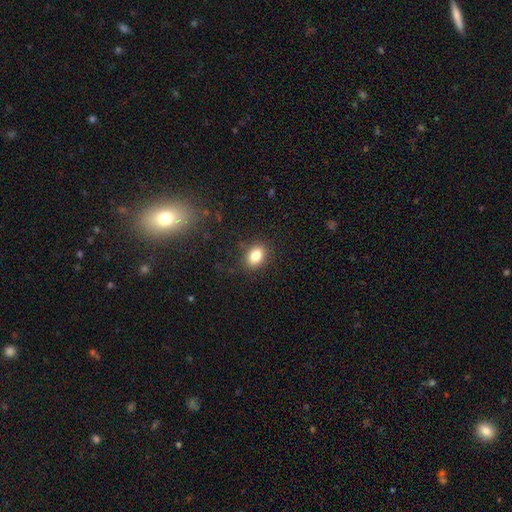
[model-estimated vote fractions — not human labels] A smooth galaxy with no disk features (82%) that is in between round and cigar-shaped (67%).

Vote fractions:
- Smooth or featured? smooth: 82% / star or artifact: 10% / featured or disk: 8%
- How rounded? in between: 67% / round: 32% / cigar-shaped: 1%
- Merging? none: 86% / minor disturbance: 10% / major disturbance: 3% / merger: 1%